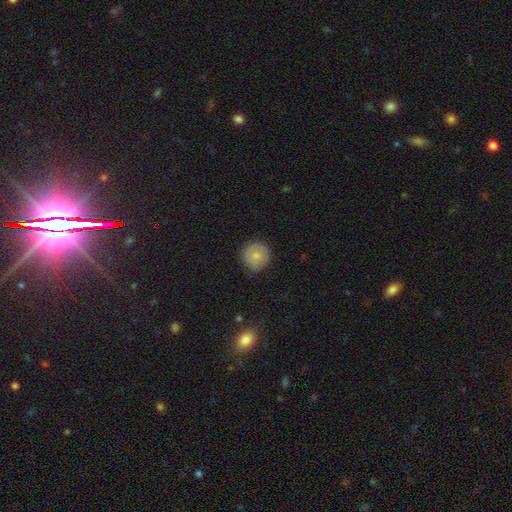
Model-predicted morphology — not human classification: smooth 80%, featured or disk 12%, star or artifact 8%. Down the decision tree: how rounded — round (94%); merging — none (85%).